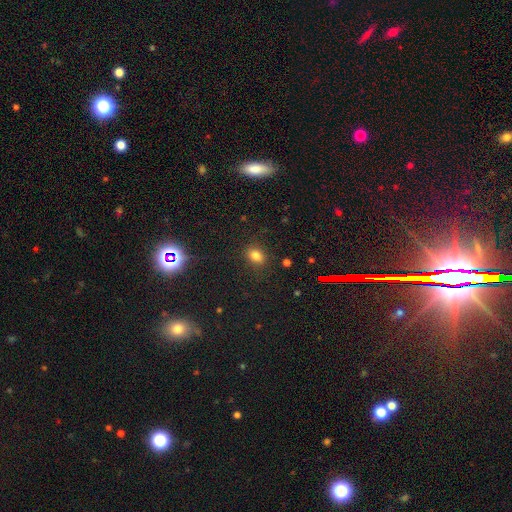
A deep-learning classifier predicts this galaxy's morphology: Smooth or featured? Predicted: smooth (p=0.78). How rounded? Predicted: in between (p=0.62). Merging? Predicted: none (p=0.83).